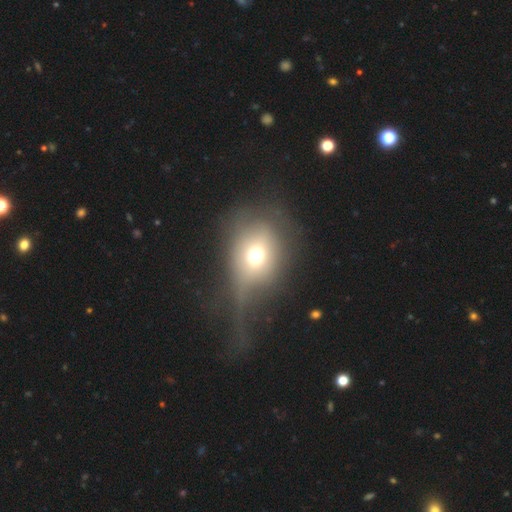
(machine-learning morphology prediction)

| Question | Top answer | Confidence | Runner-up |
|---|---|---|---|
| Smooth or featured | smooth | 61% | featured or disk (24%) |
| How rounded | round | 51% | in between (47%) |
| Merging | none | 38% | tied: major disturbance (38%) |